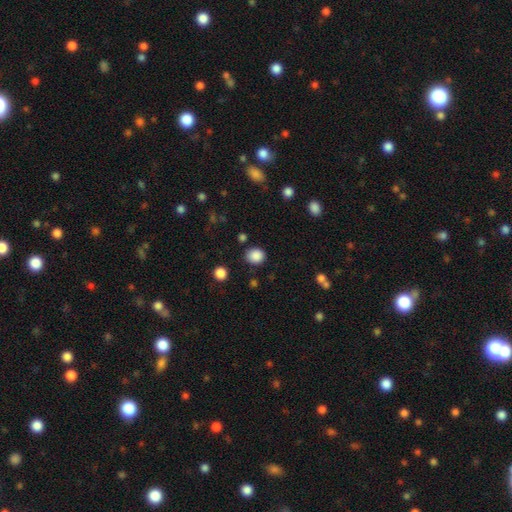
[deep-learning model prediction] Morphology: type=smooth (87%); roundness=round (74%); merging=none (84%).